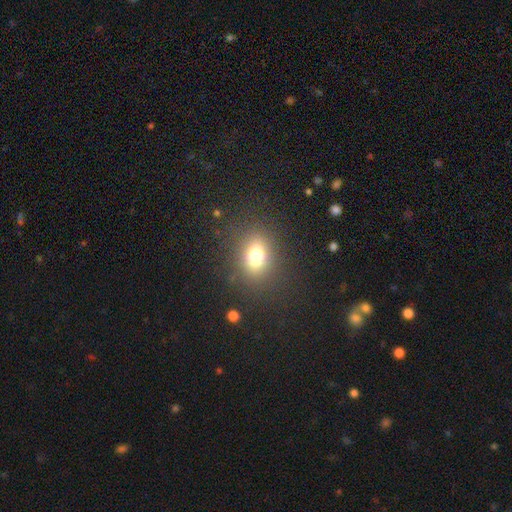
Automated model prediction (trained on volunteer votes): A smooth galaxy with no disk features (71%) that is in between round and cigar-shaped (52%). Merging: none (84%).